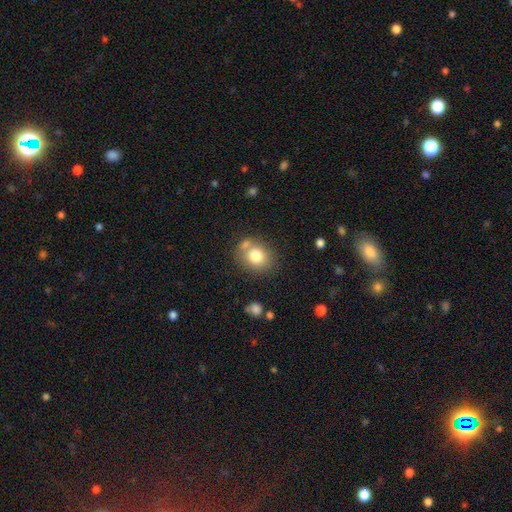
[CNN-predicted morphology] smooth 78%, featured or disk 12%, star or artifact 10%. Down the decision tree: how rounded — round (65%); merging — none (62%).